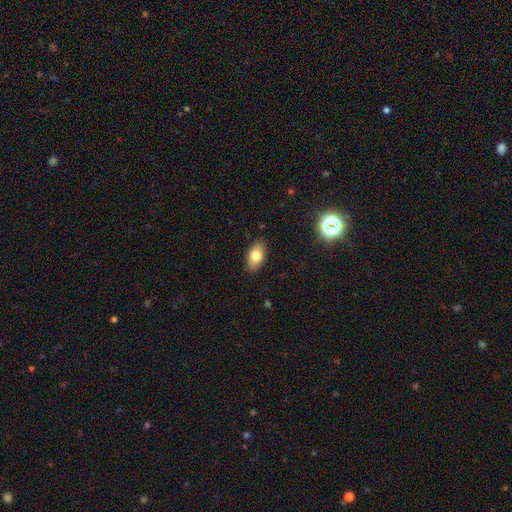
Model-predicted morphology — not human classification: Smooth or featured? smooth (78%)
How rounded? in between (91%)
Merging? none (87%)